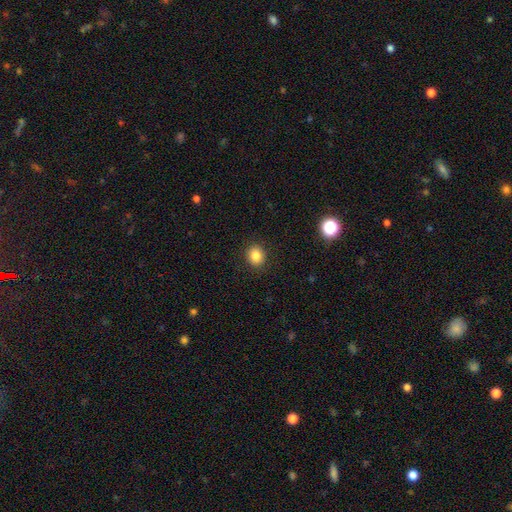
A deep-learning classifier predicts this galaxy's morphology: smooth 84%, star or artifact 11%, featured or disk 6%. Down the decision tree: how rounded — round (67%); merging — none (90%).